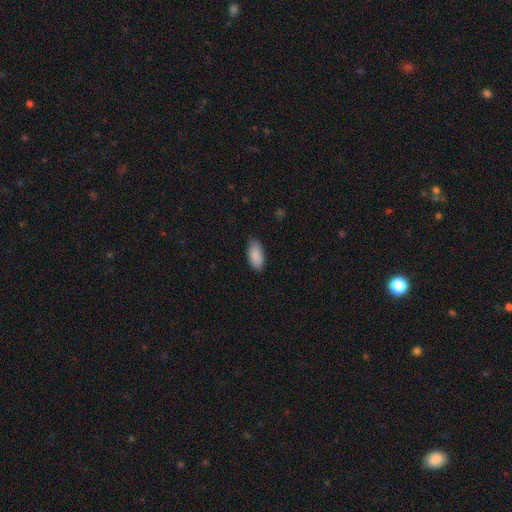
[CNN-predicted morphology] Smooth or featured? Predicted: smooth (p=0.90). How rounded? Predicted: in between (p=0.93). Merging? Predicted: none (p=0.82).